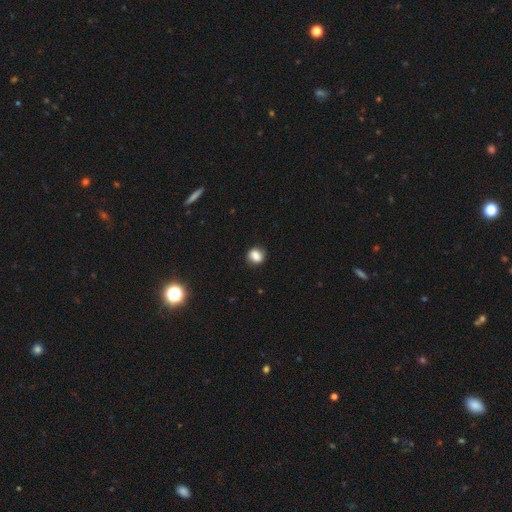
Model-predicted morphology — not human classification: This is clearly a smooth galaxy (82%). How rounded: possibly round (58%). Merging: clearly none (82%).